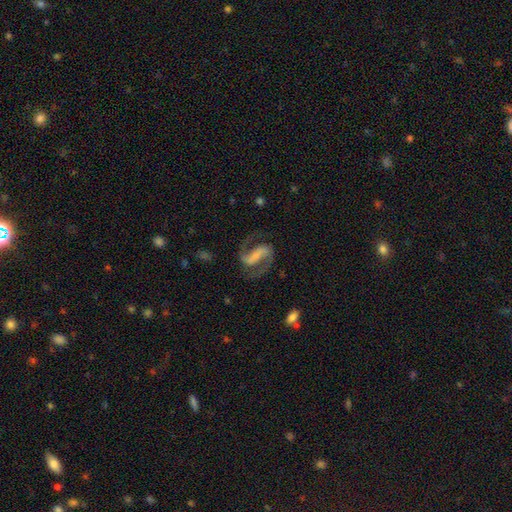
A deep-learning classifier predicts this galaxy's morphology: The model was most divided on "bulge size": none: 43%, small: 28%, moderate: 18%, large: 9%, dominant: 2%. More confident: edge-on disk — no (97%); spiral arms — yes (97%); spiral arm count — 2 (93%); smooth or featured — featured or disk (88%); merging — none (76%); bar — strong (61%); spiral winding — medium (59%).